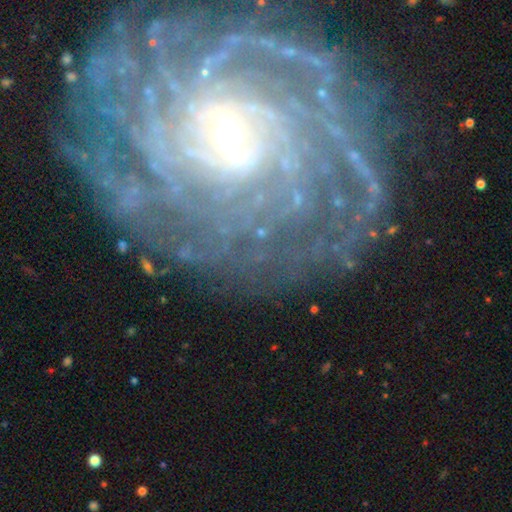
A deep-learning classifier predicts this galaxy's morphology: Overall: featured or disk (88%). Edge-on disk: no (97%). Bar: weak (45%; strong 32%). Spiral arms: yes (96%). Spiral arm count: more than 4 (30%; can't tell 29%). Spiral winding: tight (77%). Bulge size: moderate (50%; small 43%). Merging: none (74%).